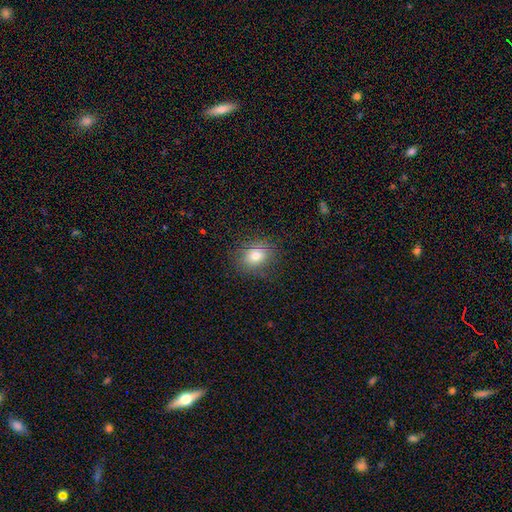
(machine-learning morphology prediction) smooth-or-featured: smooth: 77% | star or artifact: 12% | featured or disk: 11%
  how-rounded: in between: 53% | round: 46% | cigar-shaped: 1%
  merging: none: 83% | minor disturbance: 12% | major disturbance: 4% | merger: 1%